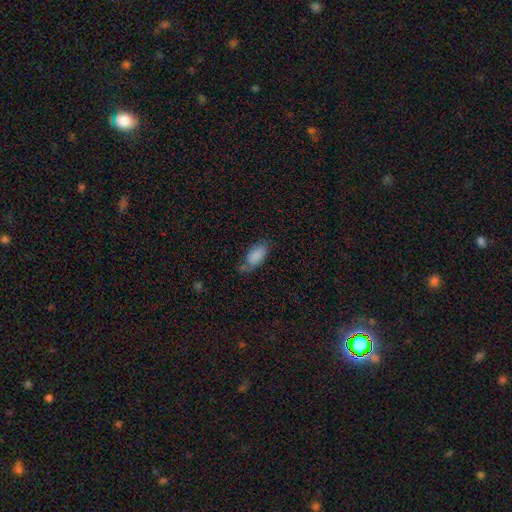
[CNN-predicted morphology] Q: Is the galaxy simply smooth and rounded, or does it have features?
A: smooth — 83%.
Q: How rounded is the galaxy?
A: in between — 91%.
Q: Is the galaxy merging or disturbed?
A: none — 51%.